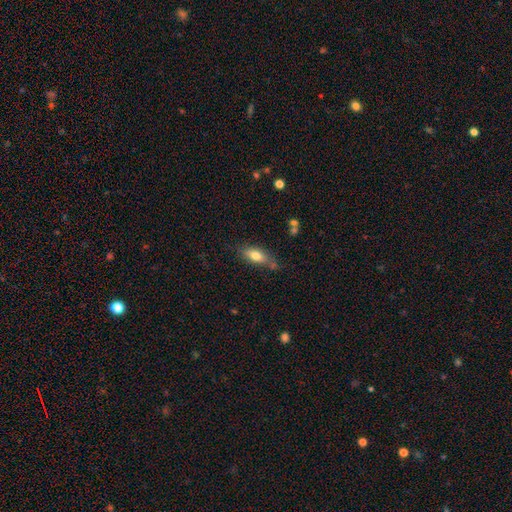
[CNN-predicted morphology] This appears to be a smooth galaxy with no disk features (73%) that is in between round and cigar-shaped (74%). Merging: none (64%).